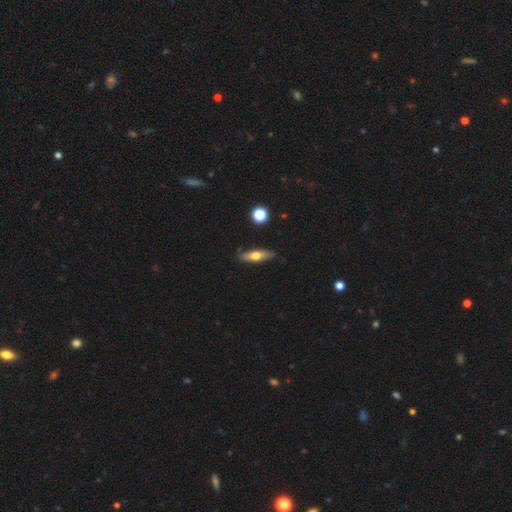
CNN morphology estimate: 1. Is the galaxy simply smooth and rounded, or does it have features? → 54% smooth, 39% featured or disk, 7% star or artifact.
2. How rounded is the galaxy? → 62% cigar-shaped, 34% in between, 4% round.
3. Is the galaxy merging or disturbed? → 83% none, 13% minor disturbance, 2% major disturbance, 2% merger.